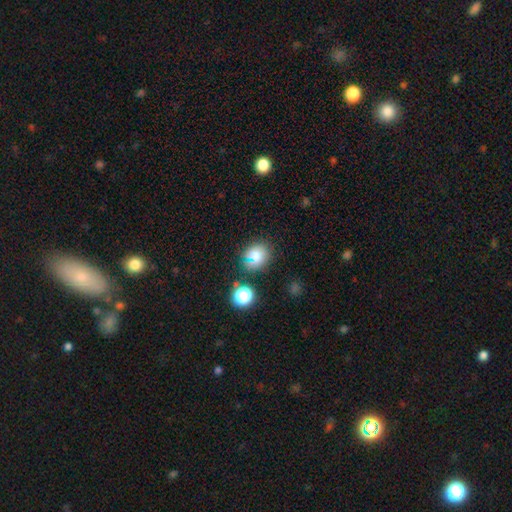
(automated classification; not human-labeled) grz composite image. It shows a smooth galaxy with no disk features (74%) that is round (67%). Merging: none (74%).